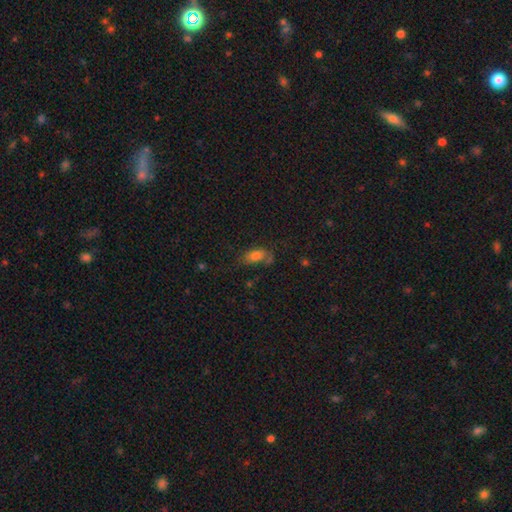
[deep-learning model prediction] Morphology: type=smooth (72%); roundness=in between (86%); merging=none (46%).